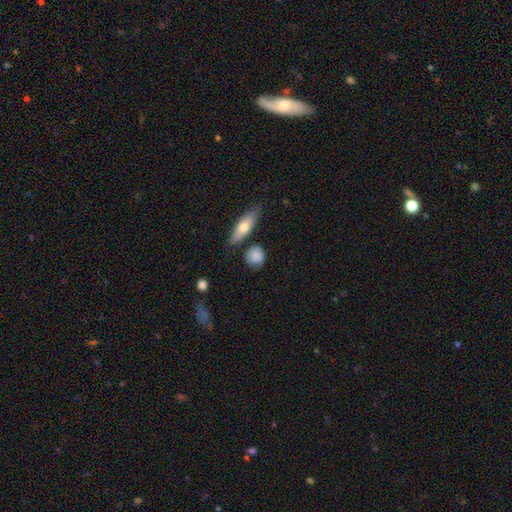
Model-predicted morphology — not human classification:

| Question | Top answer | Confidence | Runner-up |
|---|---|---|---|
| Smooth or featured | smooth | 84% | featured or disk (9%) |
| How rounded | round | 74% | in between (21%) |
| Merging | none | 71% | minor disturbance (18%) |